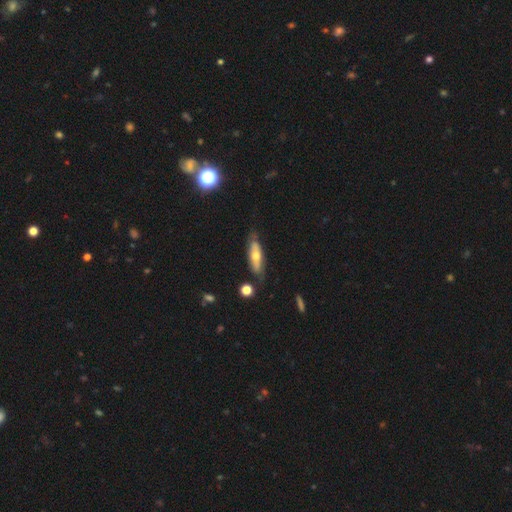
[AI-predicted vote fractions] The model was most divided on "smooth or featured": featured or disk: 48%, smooth: 46%, star or artifact: 6%. More confident: merging — none (72%).